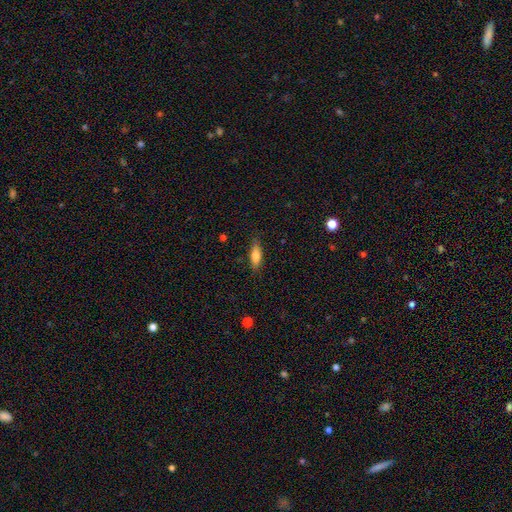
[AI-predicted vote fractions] A smooth galaxy with no disk features (76%) that is in between round and cigar-shaped (58%). Merging: none (82%).